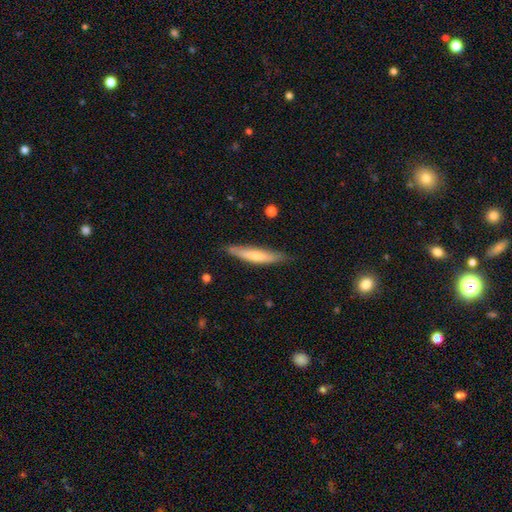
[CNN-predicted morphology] A smooth galaxy with no disk features (61%) that is cigar-shaped (89%).

Vote fractions:
- Smooth or featured? smooth: 61% / featured or disk: 33% / star or artifact: 5%
- How rounded? cigar-shaped: 89% / in between: 9% / round: 1%
- Merging? none: 80% / minor disturbance: 15% / major disturbance: 3% / merger: 2%